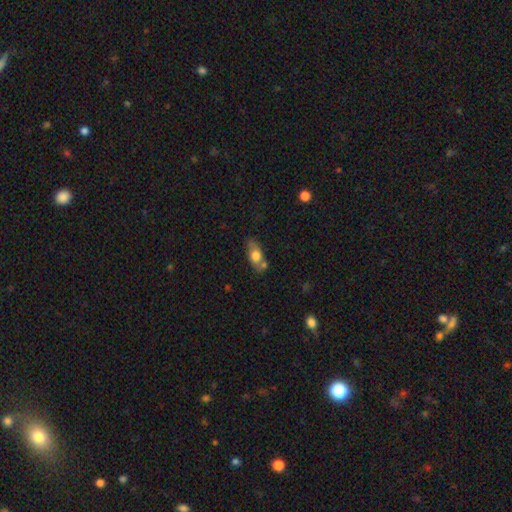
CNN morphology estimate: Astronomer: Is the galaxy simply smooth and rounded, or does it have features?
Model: smooth — 66%.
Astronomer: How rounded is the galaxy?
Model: in between — 80%.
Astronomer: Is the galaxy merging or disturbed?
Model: none — 63%.